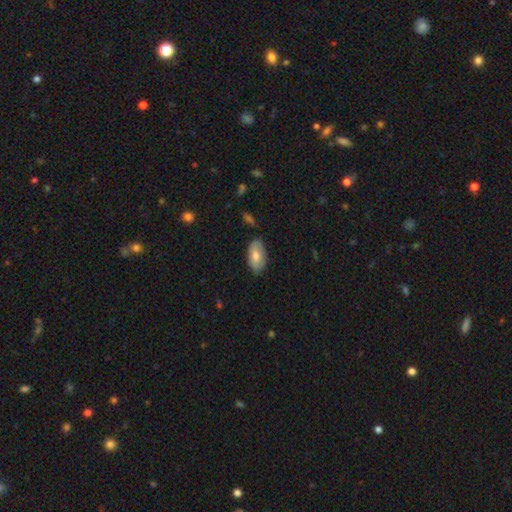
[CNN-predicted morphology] smooth 71%, featured or disk 23%, star or artifact 6%. Down the decision tree: how rounded — in between (94%); merging — none (78%).